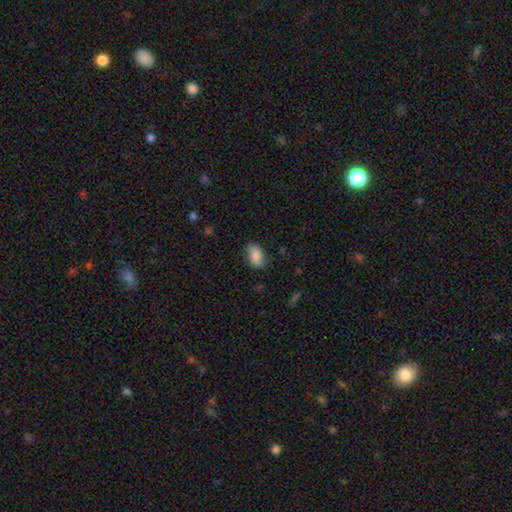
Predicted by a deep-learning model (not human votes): smooth-or-featured: smooth: 84% | featured or disk: 9% | star or artifact: 7%
  how-rounded: in between: 91% | round: 7% | cigar-shaped: 2%
  merging: none: 74% | minor disturbance: 20% | major disturbance: 5% | merger: 1%